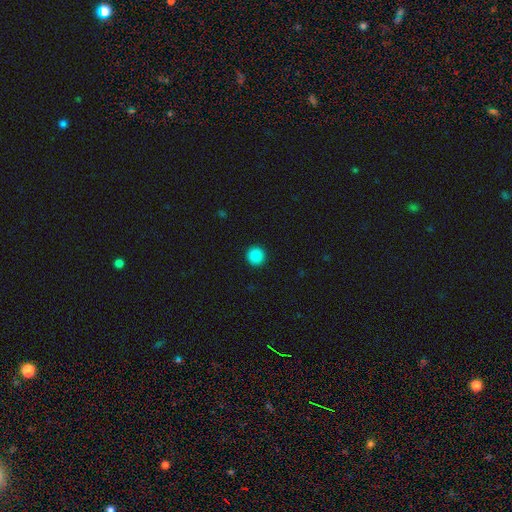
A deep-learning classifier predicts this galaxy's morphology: This is clearly a smooth galaxy (88%). How rounded: clearly round (95%). Merging: clearly none (93%).